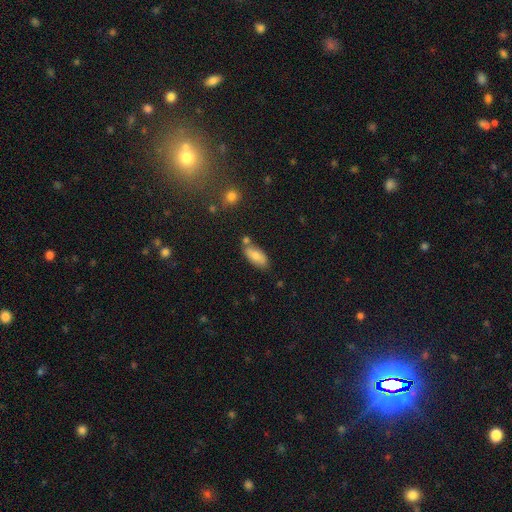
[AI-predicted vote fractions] A smooth galaxy with no disk features (77%) that is in between round and cigar-shaped (83%).

Vote fractions:
- Smooth or featured? smooth: 77% / featured or disk: 15% / star or artifact: 7%
- How rounded? in between: 83% / cigar-shaped: 14% / round: 3%
- Merging? none: 67% / minor disturbance: 17% / merger: 12% / major disturbance: 4%